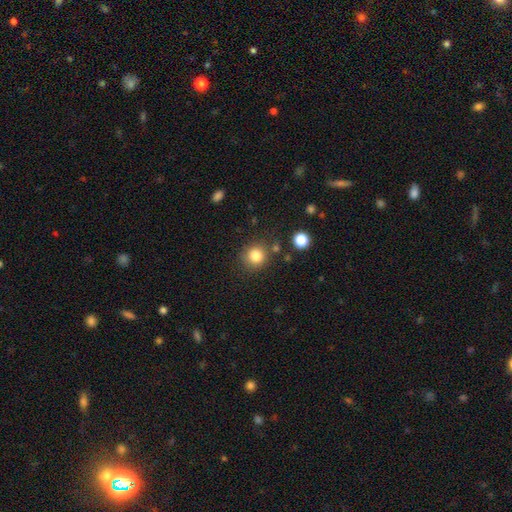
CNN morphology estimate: Smooth or featured? smooth (83%)
How rounded? round (90%)
Merging? none (81%)